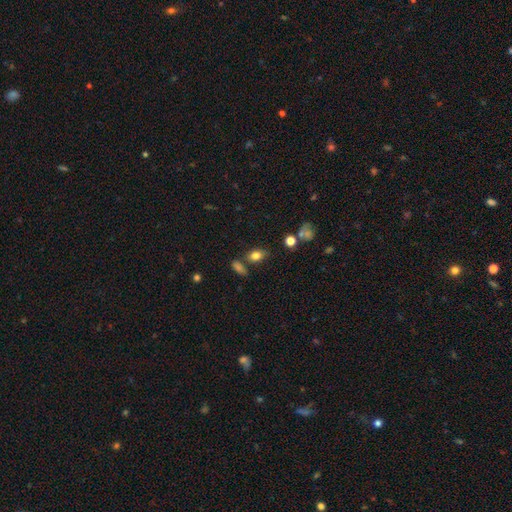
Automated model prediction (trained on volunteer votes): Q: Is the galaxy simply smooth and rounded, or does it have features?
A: smooth — 79%.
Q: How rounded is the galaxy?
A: in between — 82%.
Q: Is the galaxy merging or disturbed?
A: none — 70%.